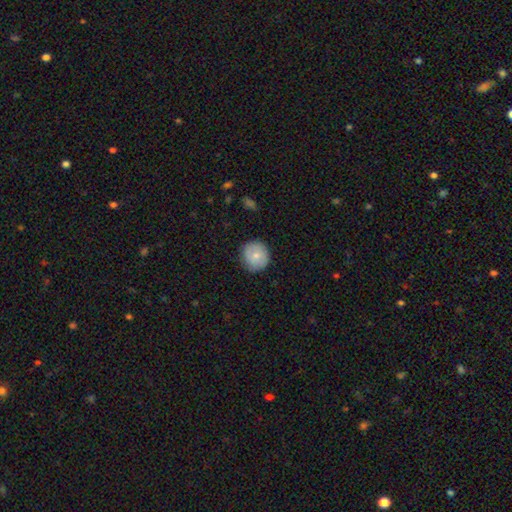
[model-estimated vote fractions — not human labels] Q: Smooth or featured?
A: smooth (72%); runner-up: featured or disk (21%)
Q: How rounded?
A: round (89%); runner-up: in between (10%)
Q: Merging?
A: none (84%); runner-up: minor disturbance (12%)